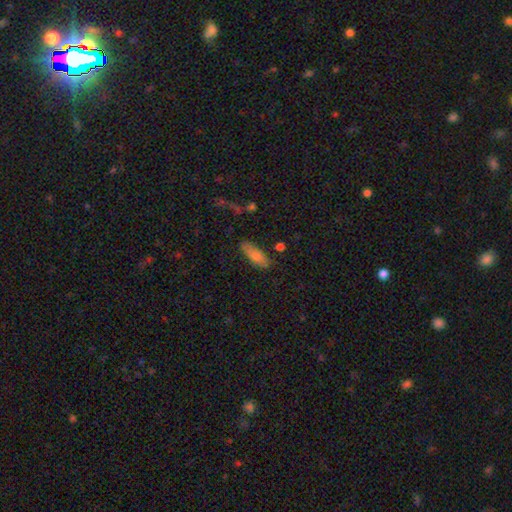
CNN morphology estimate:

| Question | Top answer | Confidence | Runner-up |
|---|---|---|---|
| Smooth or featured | smooth | 80% | featured or disk (12%) |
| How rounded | in between | 67% | cigar-shaped (31%) |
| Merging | none | 71% | minor disturbance (20%) |